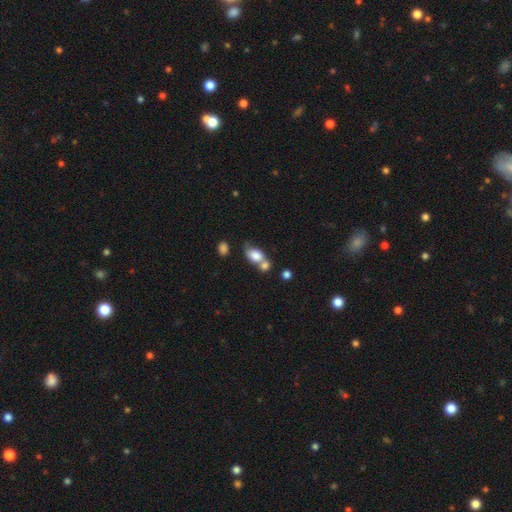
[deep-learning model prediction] A smooth galaxy with no disk features (78%) that is in between round and cigar-shaped (77%). Merging: merger (54%).